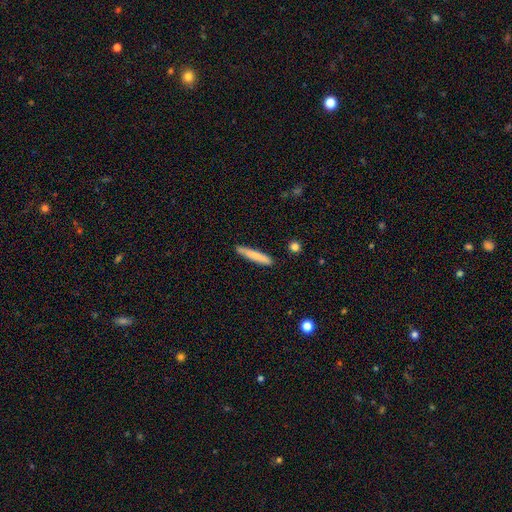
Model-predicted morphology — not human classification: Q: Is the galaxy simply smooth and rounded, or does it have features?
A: smooth — 78%.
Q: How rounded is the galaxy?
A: cigar-shaped — 93%.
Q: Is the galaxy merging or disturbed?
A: none — 88%.